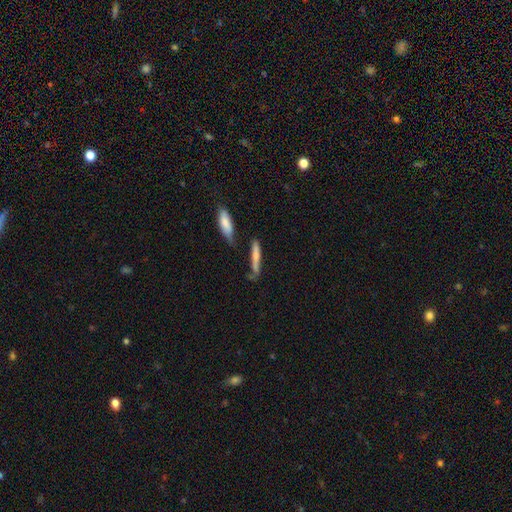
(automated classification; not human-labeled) smooth_or_featured: smooth (p=0.68) [alt: featured or disk p=0.25]
how_rounded: cigar-shaped (p=0.88) [alt: in between p=0.10]
merging: none (p=0.54) [alt: minor disturbance p=0.22]